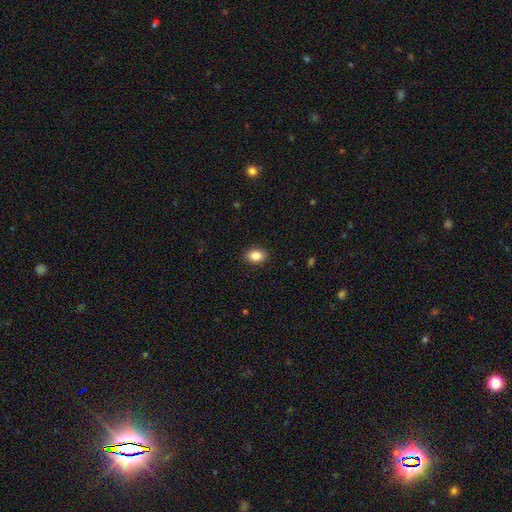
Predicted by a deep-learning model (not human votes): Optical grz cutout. It shows a smooth galaxy with no disk features (87%) that is in between round and cigar-shaped (80%). Merging: none (90%).